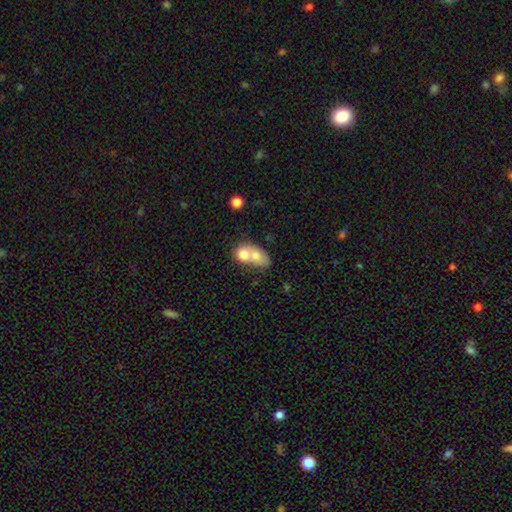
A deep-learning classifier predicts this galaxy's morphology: A smooth galaxy with no disk features (69%) that is in between round and cigar-shaped (63%).

Vote fractions:
- Smooth or featured? smooth: 69% / featured or disk: 24% / star or artifact: 8%
- How rounded? in between: 63% / round: 34% / cigar-shaped: 2%
- Merging? merger: 74% / none: 16% / minor disturbance: 6% / major disturbance: 4%